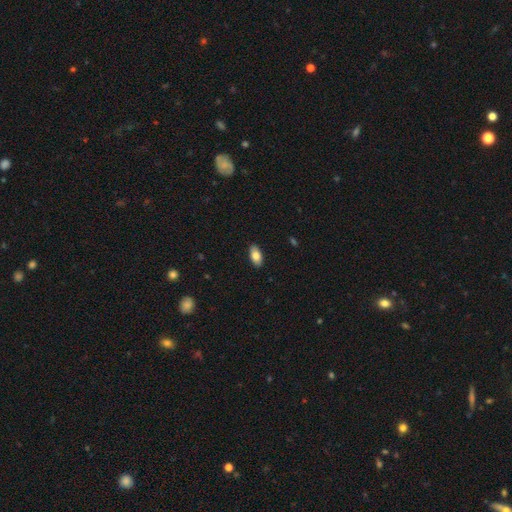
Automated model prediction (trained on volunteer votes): Smooth or featured? Predicted: smooth (p=0.82). How rounded? Predicted: in between (p=0.91). Merging? Predicted: none (p=0.89).